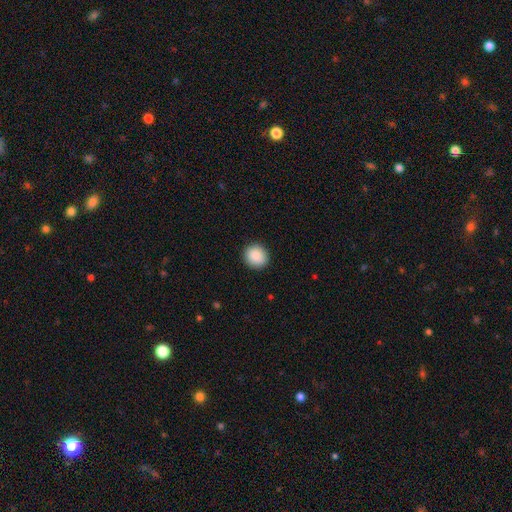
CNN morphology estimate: This appears to be a smooth galaxy with no disk features (90%) that is round (86%). Merging: none (90%).